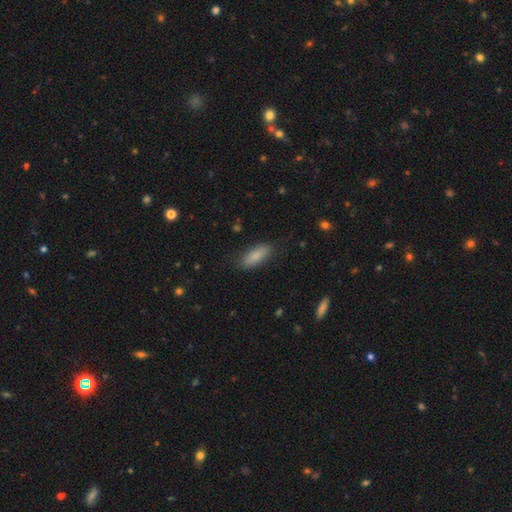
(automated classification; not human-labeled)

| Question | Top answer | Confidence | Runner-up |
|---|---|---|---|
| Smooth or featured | smooth | 86% | featured or disk (8%) |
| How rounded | in between | 67% | cigar-shaped (31%) |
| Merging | none | 83% | minor disturbance (12%) |